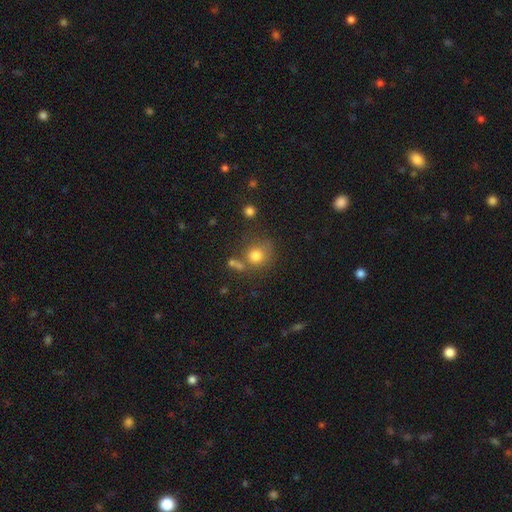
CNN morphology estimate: smooth-or-featured: smooth: 77% | star or artifact: 13% | featured or disk: 10%
  how-rounded: round: 83% | in between: 16% | cigar-shaped: 1%
  merging: none: 59% | minor disturbance: 17% | merger: 15% | major disturbance: 9%